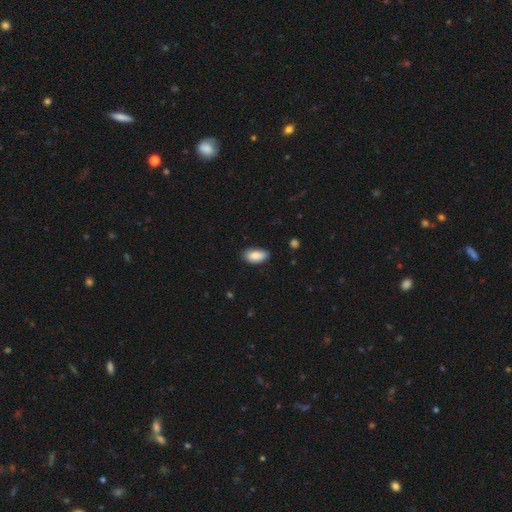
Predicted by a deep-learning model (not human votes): Smooth or featured? smooth (87%)
How rounded? in between (93%)
Merging? none (73%)